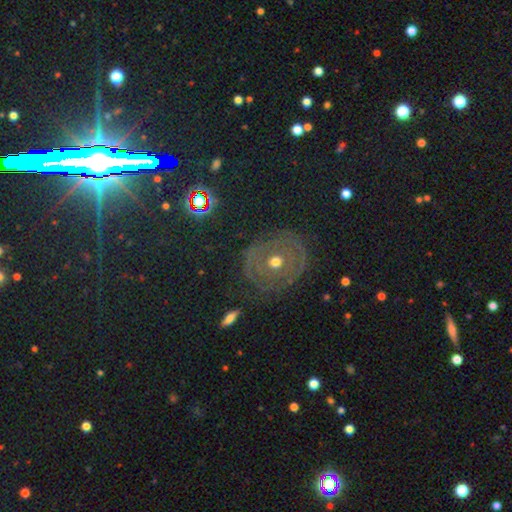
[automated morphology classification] A featured or disk galaxy (41%).

Vote fractions:
- Smooth or featured? featured or disk: 41% / star or artifact: 37% / smooth: 22%
- Merging? none: 80% / minor disturbance: 12% / major disturbance: 6% / merger: 2%